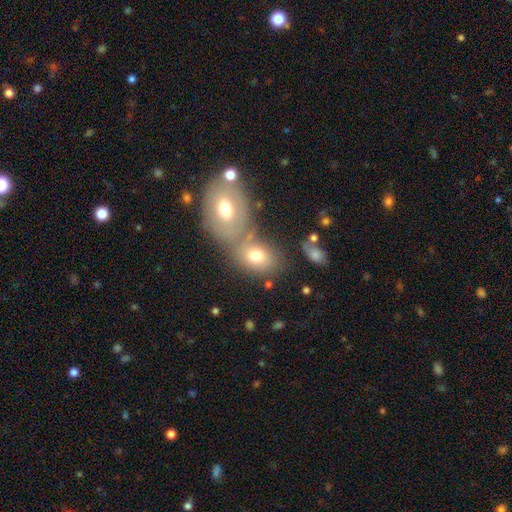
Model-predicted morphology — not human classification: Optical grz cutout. It shows a smooth galaxy with no disk features (72%) that is in between round and cigar-shaped (64%). Merging: merger (47%).